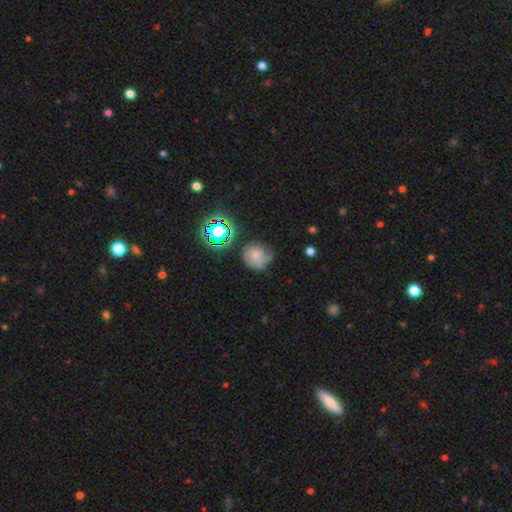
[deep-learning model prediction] A smooth galaxy with no disk features (54%) that is round (81%). Merging: none (47%).